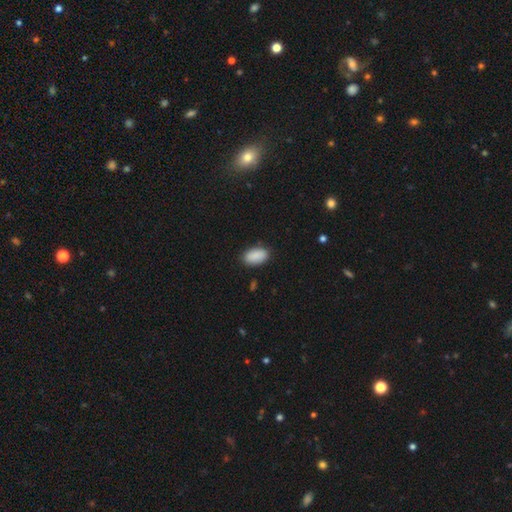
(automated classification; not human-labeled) Smooth or featured? Predicted: smooth (p=0.89). How rounded? Predicted: in between (p=0.94). Merging? Predicted: none (p=0.86).